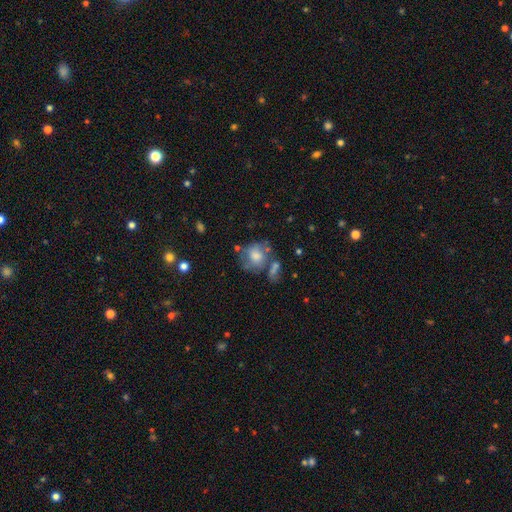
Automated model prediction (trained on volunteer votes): Smooth or featured?
  - smooth: 58% *
  - featured or disk: 32%
  - star or artifact: 10%
How rounded?
  - round: 67% *
  - in between: 31%
  - cigar-shaped: 1%
Merging?
  - none: 44% *
  - minor disturbance: 22%
  - merger: 19%
  - major disturbance: 15%